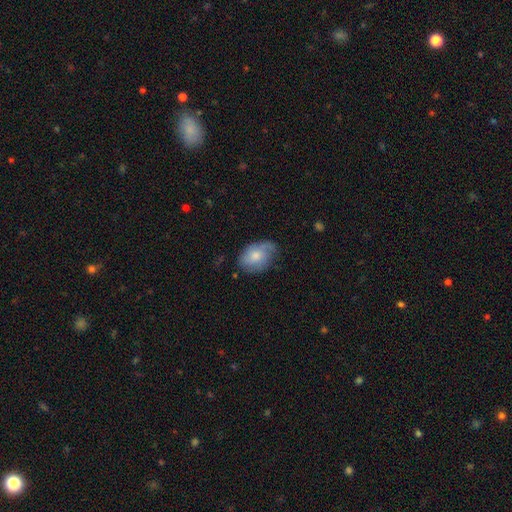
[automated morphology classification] Smooth or featured? smooth (64%)
How rounded? in between (83%)
Merging? none (58%)